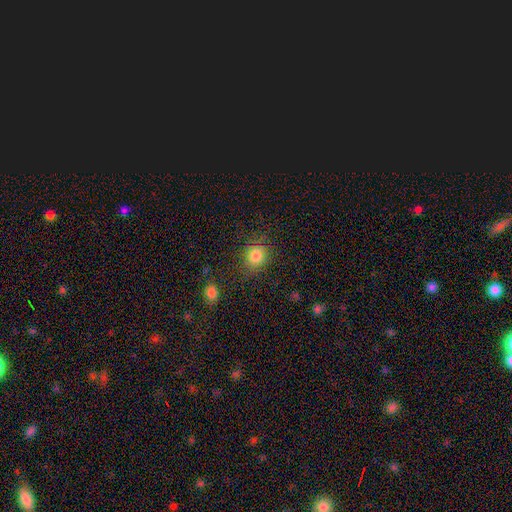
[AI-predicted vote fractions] Smooth or featured?
  - smooth: 82% *
  - star or artifact: 12%
  - featured or disk: 6%
How rounded?
  - round: 76% *
  - in between: 23%
  - cigar-shaped: 1%
Merging?
  - none: 80% *
  - minor disturbance: 13%
  - major disturbance: 5%
  - merger: 3%